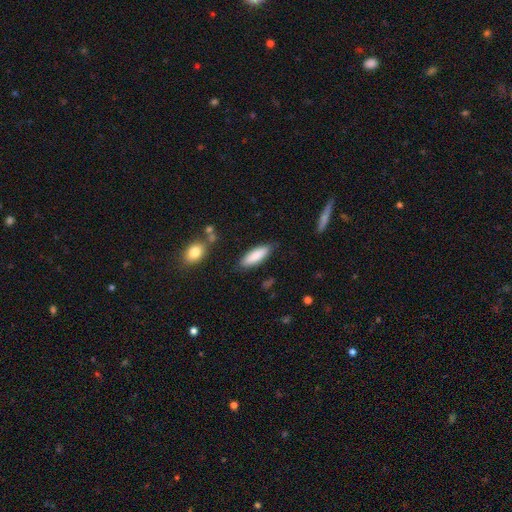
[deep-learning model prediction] The model was most divided on "how rounded": in between: 56%, cigar-shaped: 43%, round: 2%. More confident: smooth or featured — smooth (86%); merging — none (83%).